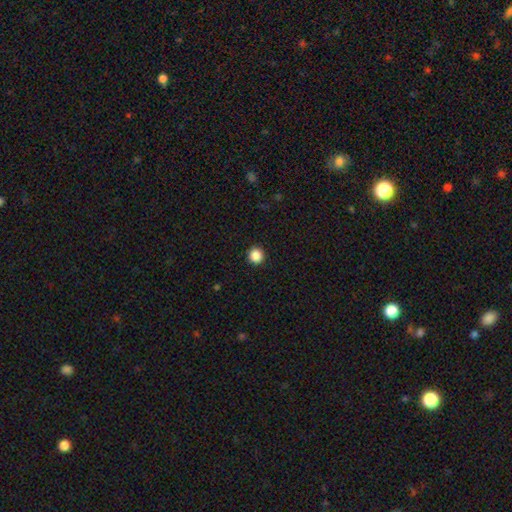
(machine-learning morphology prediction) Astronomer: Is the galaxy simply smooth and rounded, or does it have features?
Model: smooth — 88%.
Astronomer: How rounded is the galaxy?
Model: round — 95%.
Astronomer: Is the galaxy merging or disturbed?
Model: none — 93%.